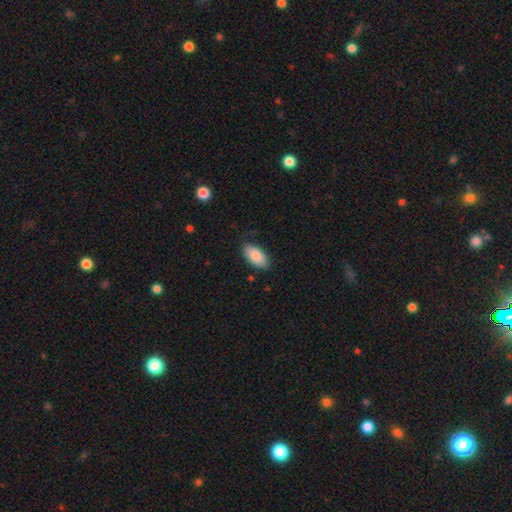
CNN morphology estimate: A smooth galaxy with no disk features (85%) that is in between round and cigar-shaped (94%). Merging: none (79%).